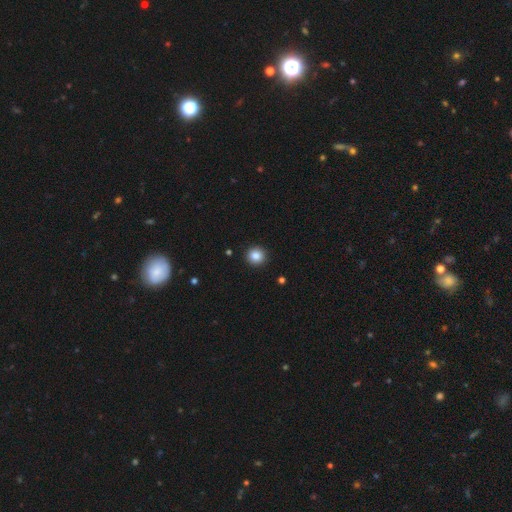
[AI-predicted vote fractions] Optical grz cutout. It shows a smooth galaxy with no disk features (85%) that is round (94%). Merging: none (93%).